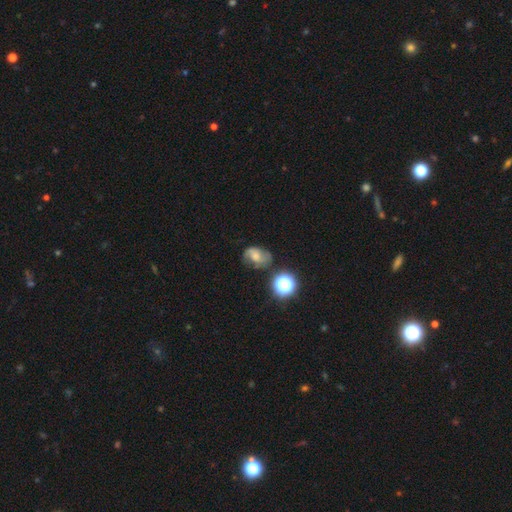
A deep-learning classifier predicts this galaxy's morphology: The model was most divided on "bar": no: 49%, weak: 40%, strong: 11%. More confident: edge-on disk — no (97%); spiral arms — yes (87%); merging — none (74%); smooth or featured — featured or disk (53%); bulge size — moderate (50%).